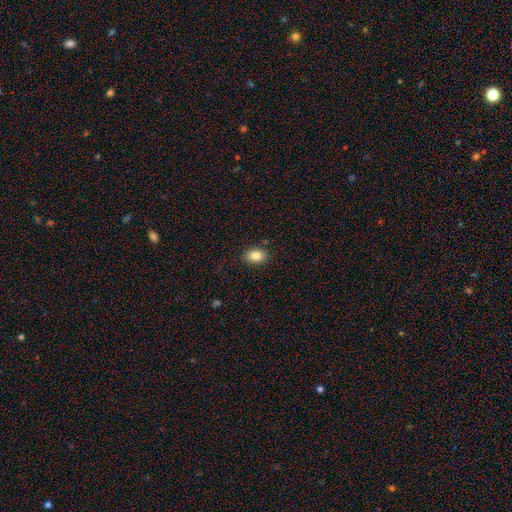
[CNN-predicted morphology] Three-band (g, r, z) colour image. It shows a smooth galaxy with no disk features (85%) that is in between round and cigar-shaped (78%). Merging: none (86%).